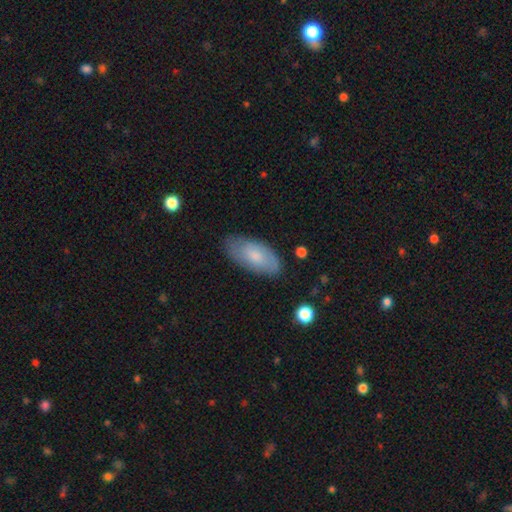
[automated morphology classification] A smooth galaxy with no disk features (68%) that is in between round and cigar-shaped (92%). Merging: none (77%).